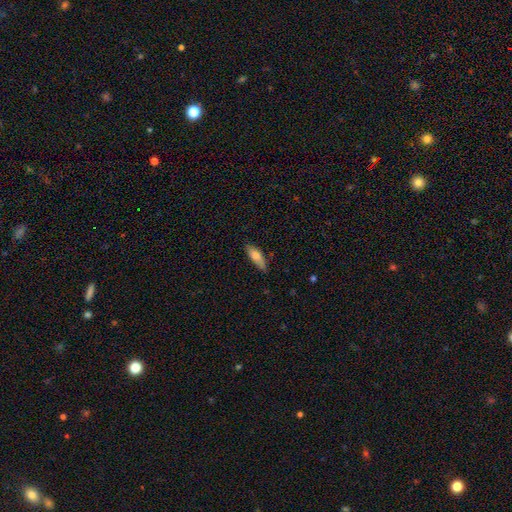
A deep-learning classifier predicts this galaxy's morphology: type=smooth (77%); roundness=in between (57%); merging=none (73%).